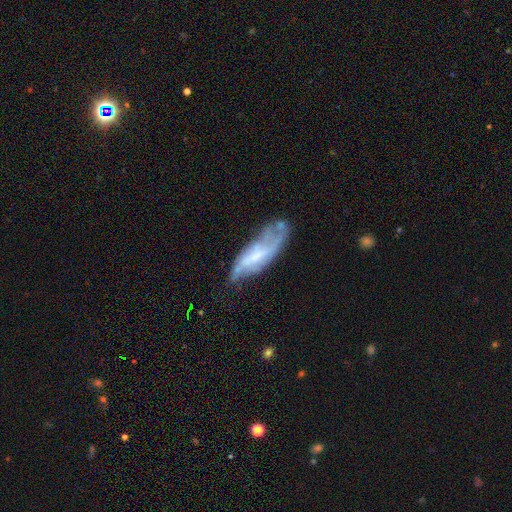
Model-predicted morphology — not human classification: Overall: featured or disk (59%; smooth 33%). Edge-on disk: no (79%). Merging: none (45%; minor disturbance 30%).